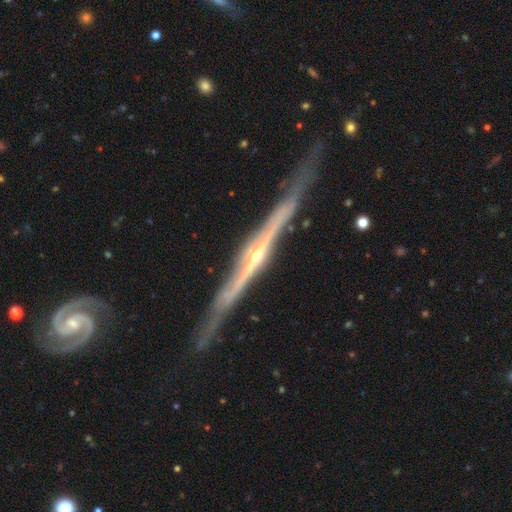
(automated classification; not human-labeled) Smooth or featured: featured or disk — 88% (smooth — 7%)
Edge-on disk: yes — 97% (no — 3%)
Edge-on bulge: rounded — 75% (none — 17%)
Merging: none — 78% (minor disturbance — 16%)